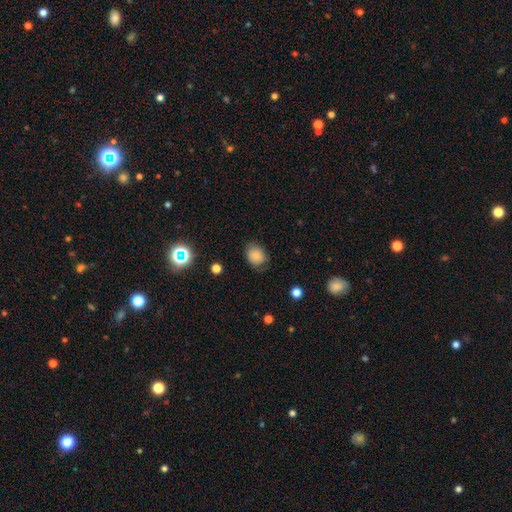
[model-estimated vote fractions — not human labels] smooth_or_featured: smooth (p=0.78) [alt: star or artifact p=0.12]
how_rounded: round (p=0.56) [alt: in between p=0.43]
merging: none (p=0.69) [alt: minor disturbance p=0.23]